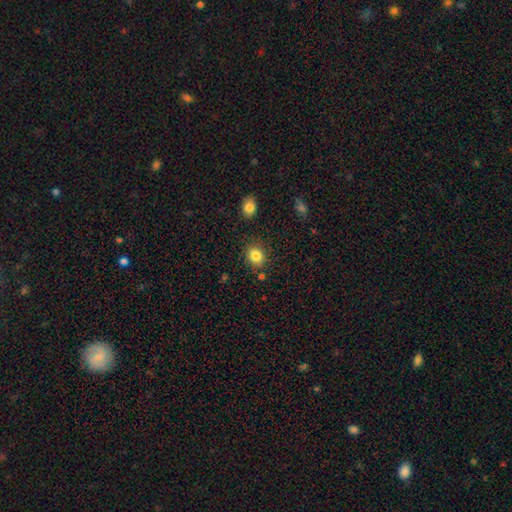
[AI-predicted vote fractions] A smooth galaxy with no disk features (84%) that is round (62%). Merging: none (82%).